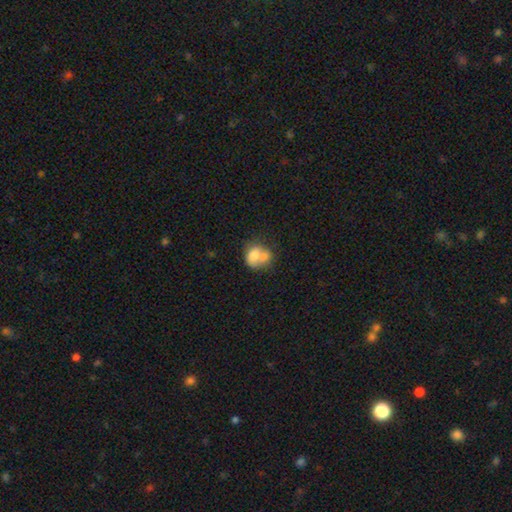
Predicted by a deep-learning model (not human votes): Q: Smooth or featured?
A: smooth (69%); runner-up: featured or disk (22%)
Q: How rounded?
A: round (56%); runner-up: in between (43%)
Q: Merging?
A: merger (60%); runner-up: none (23%)